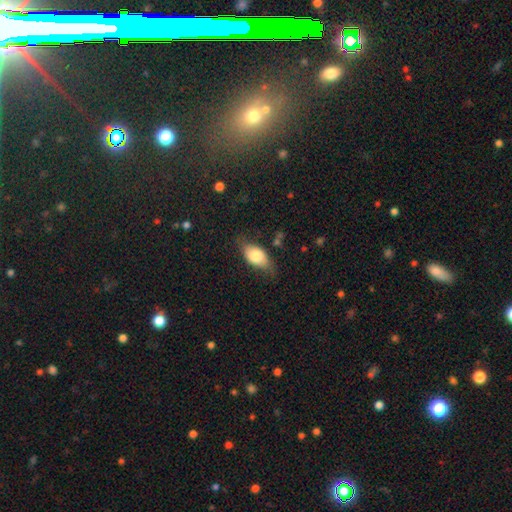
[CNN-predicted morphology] smooth-or-featured: smooth: 76% | featured or disk: 17% | star or artifact: 7%
  how-rounded: in between: 90% | round: 6% | cigar-shaped: 4%
  merging: none: 67% | minor disturbance: 24% | major disturbance: 7% | merger: 2%